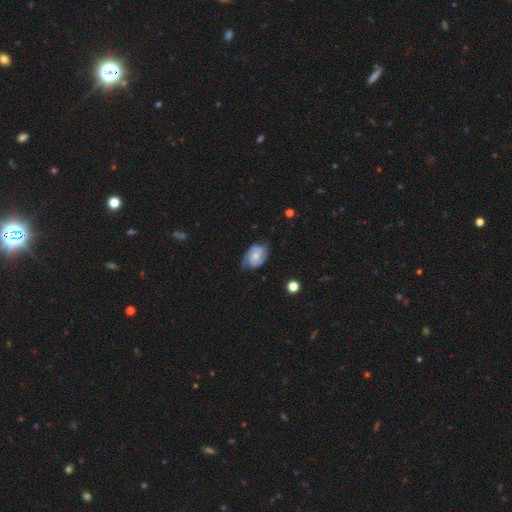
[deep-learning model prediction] Overall: featured or disk (68%). Edge-on disk: no (97%). Bar: no (63%; weak 32%). Spiral arms: yes (92%). Spiral arm count: 2 (77%). Spiral winding: tight (47%; medium 41%). Bulge size: small (46%; moderate 41%). Merging: none (69%).